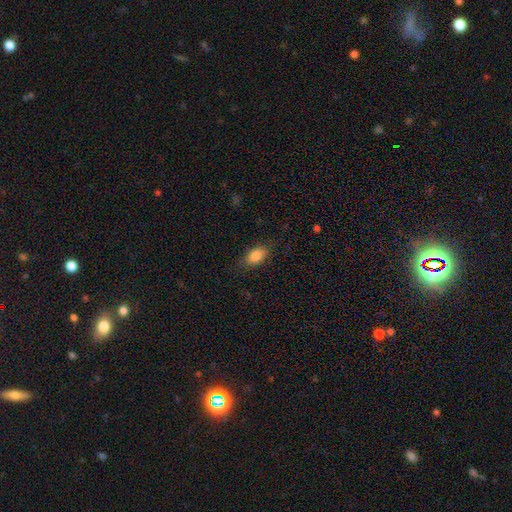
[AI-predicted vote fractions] This is clearly a smooth galaxy (86%). How rounded: clearly in between (88%). Merging: clearly none (80%).